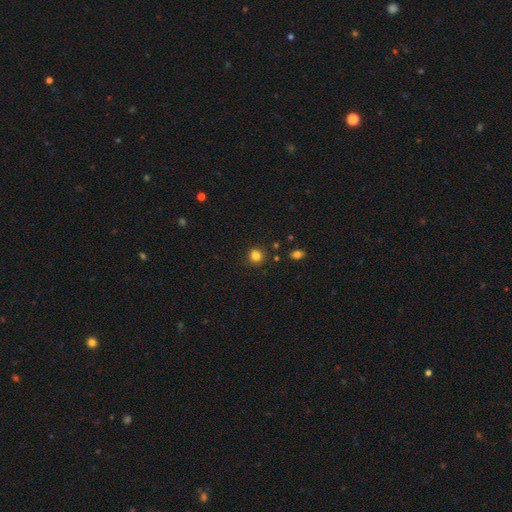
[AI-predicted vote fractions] Morphology: type=smooth (83%); roundness=round (81%); merging=none (85%).